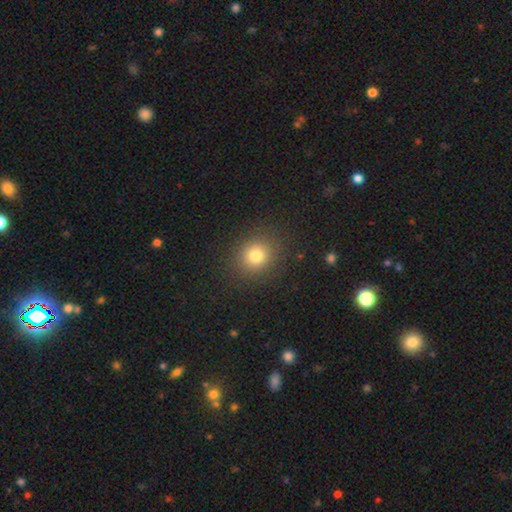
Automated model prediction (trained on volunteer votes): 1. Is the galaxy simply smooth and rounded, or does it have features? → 79% smooth, 14% star or artifact, 7% featured or disk.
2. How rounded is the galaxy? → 82% round, 17% in between, 1% cigar-shaped.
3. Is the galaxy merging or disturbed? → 88% none, 8% minor disturbance, 3% major disturbance, 1% merger.